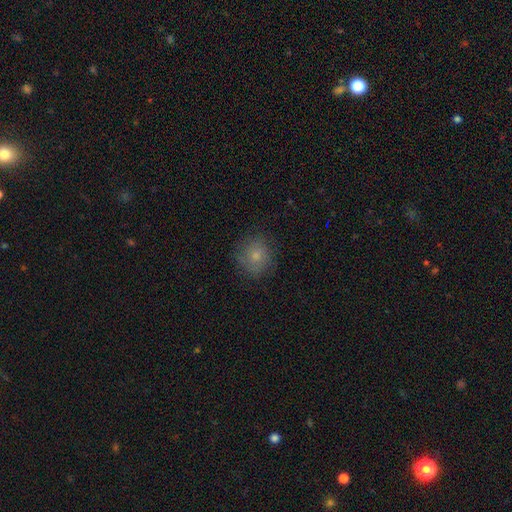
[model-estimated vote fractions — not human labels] Morphology: type=smooth (72%); roundness=round (82%); merging=none (78%).